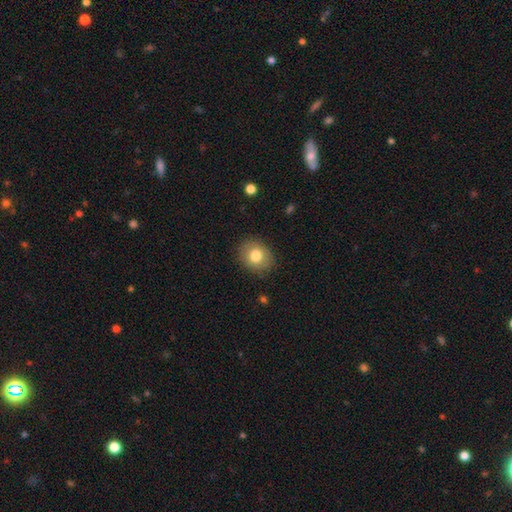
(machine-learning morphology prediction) type=smooth (79%); roundness=round (60%); merging=none (86%).